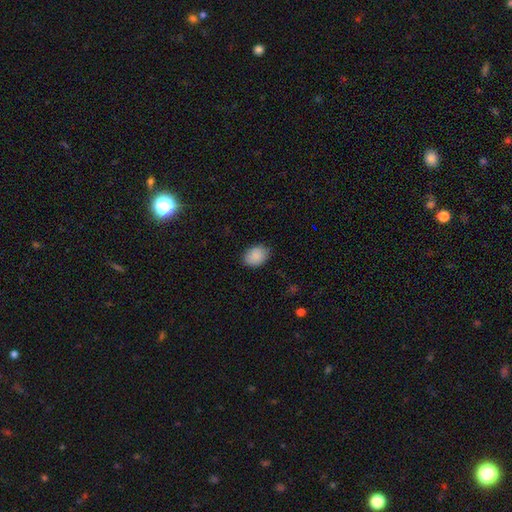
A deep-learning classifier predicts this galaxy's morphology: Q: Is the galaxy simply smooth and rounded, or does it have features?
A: smooth — 89%.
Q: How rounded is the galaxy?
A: in between — 69%.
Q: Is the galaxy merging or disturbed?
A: none — 82%.